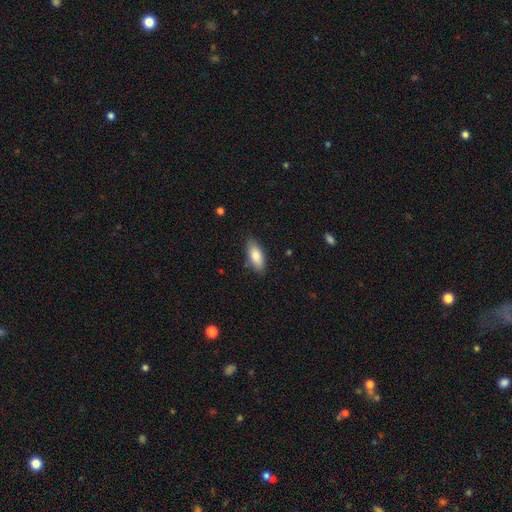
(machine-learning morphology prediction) Overall: smooth (81%). How rounded: in between (81%). Merging: none (84%).